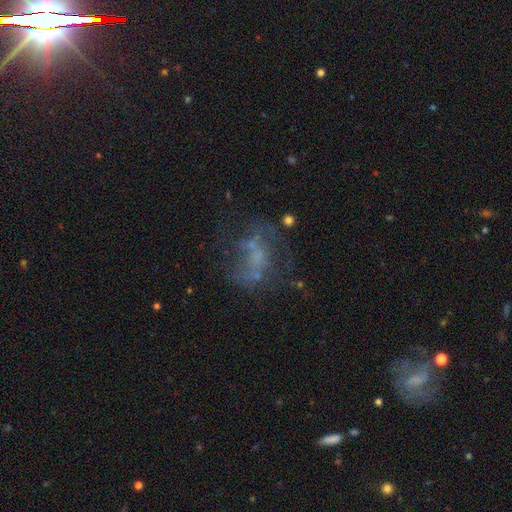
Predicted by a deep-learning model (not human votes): Overall: featured or disk (54%; smooth 24%). Edge-on disk: no (97%). Bar: no (74%). Spiral arms: no (67%; yes 33%). Bulge size: none (62%). Merging: none (45%; major disturbance 31%).